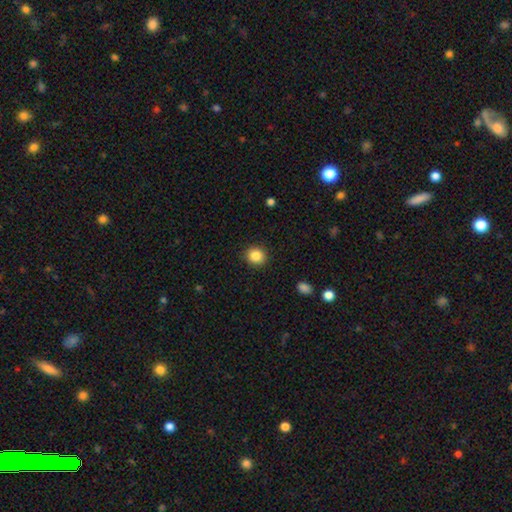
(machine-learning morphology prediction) Overall: smooth (86%). How rounded: round (87%). Merging: none (91%).